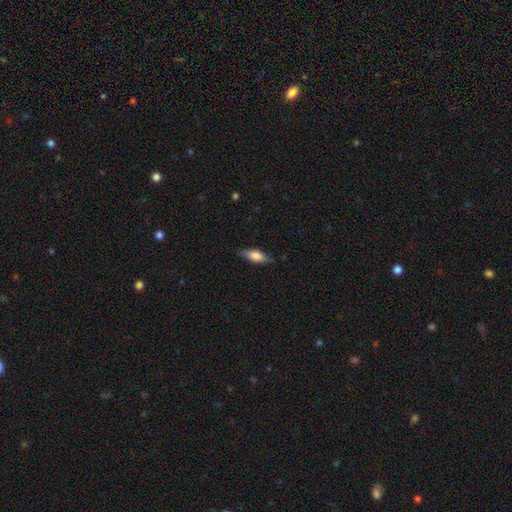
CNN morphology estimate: type=smooth (62%); roundness=in between (66%); merging=none (80%).